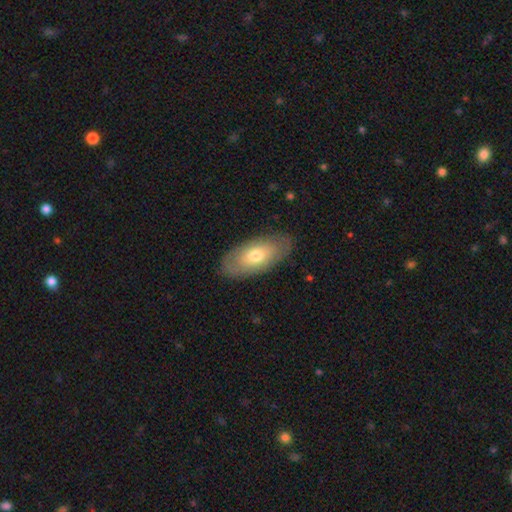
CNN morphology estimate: Smooth or featured? smooth (64%)
How rounded? in between (92%)
Merging? none (83%)